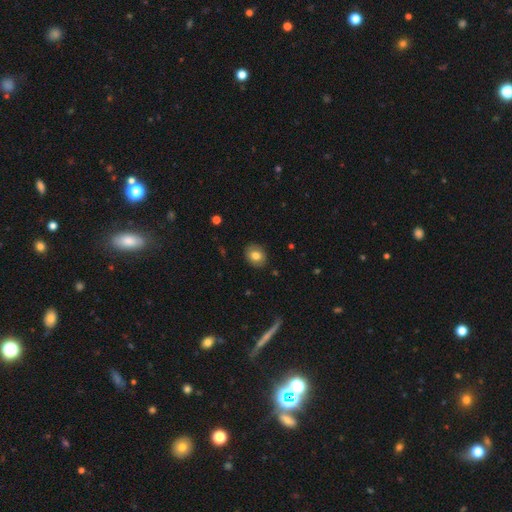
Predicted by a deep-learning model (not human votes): Q: Smooth or featured?
A: smooth (80%); runner-up: featured or disk (12%)
Q: How rounded?
A: round (51%); runner-up: in between (48%)
Q: Merging?
A: none (87%); runner-up: minor disturbance (10%)